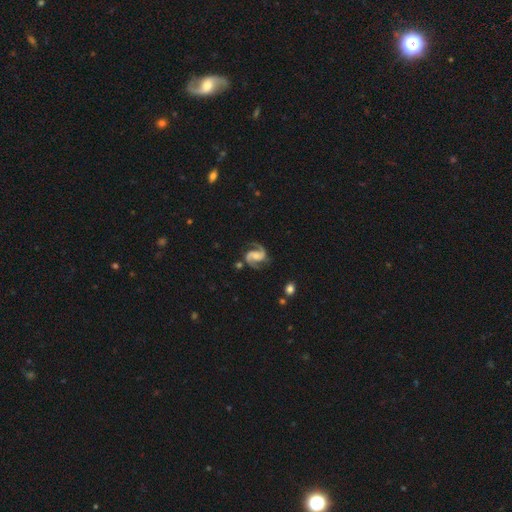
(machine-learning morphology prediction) type=featured or disk (92%); edge-on=no (98%); bar=no (41%); spiral arms=yes (98%); winding=medium (60%); arm count=2 (94%); bulge=small (42%); merging=none (78%).